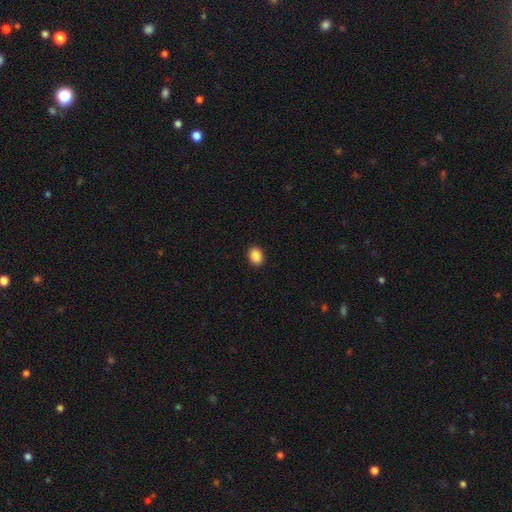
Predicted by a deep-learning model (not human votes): Overall: smooth (88%). How rounded: in between (63%; round 36%). Merging: none (91%).